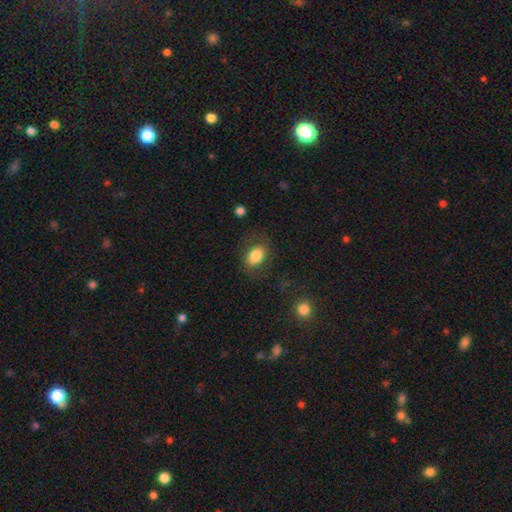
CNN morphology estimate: Smooth or featured: smooth — 79% (featured or disk — 13%)
How rounded: in between — 79% (round — 20%)
Merging: none — 75% (minor disturbance — 15%)